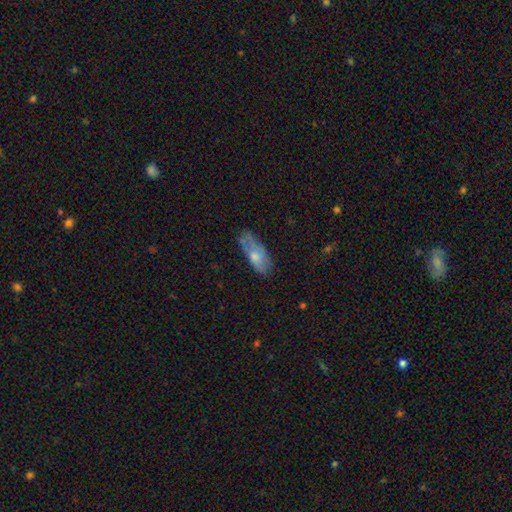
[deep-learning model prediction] smooth_or_featured: smooth (p=0.63) [alt: featured or disk p=0.30]
how_rounded: in between (p=0.78) [alt: cigar-shaped p=0.20]
merging: none (p=0.51) [alt: minor disturbance p=0.32]